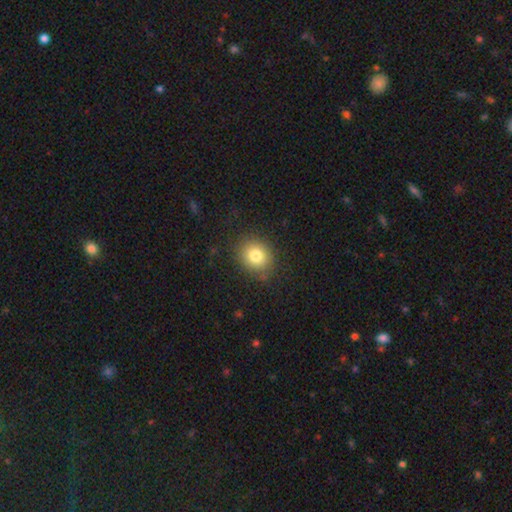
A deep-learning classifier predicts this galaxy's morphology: smooth 79%, star or artifact 11%, featured or disk 10%. Down the decision tree: how rounded — round (73%); merging — none (84%).